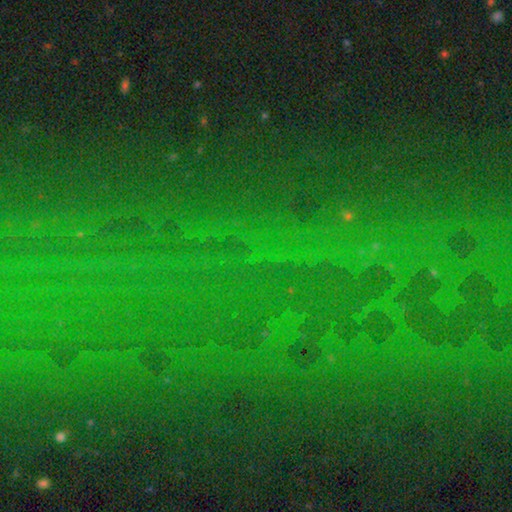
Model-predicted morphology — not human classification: Smooth or featured? Predicted: star or artifact (p=0.83).